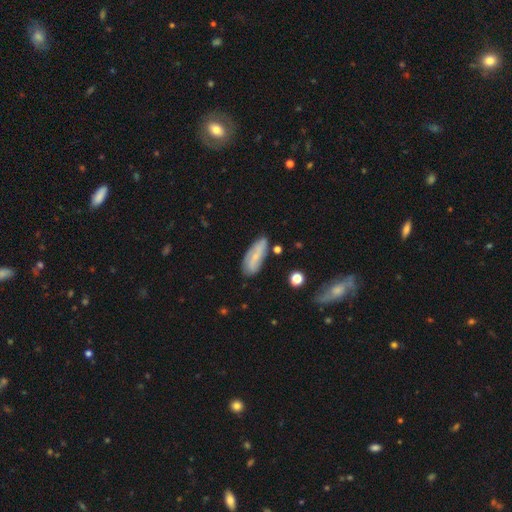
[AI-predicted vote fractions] This appears to be a smooth galaxy with no disk features (48%). Merging: none (75%).